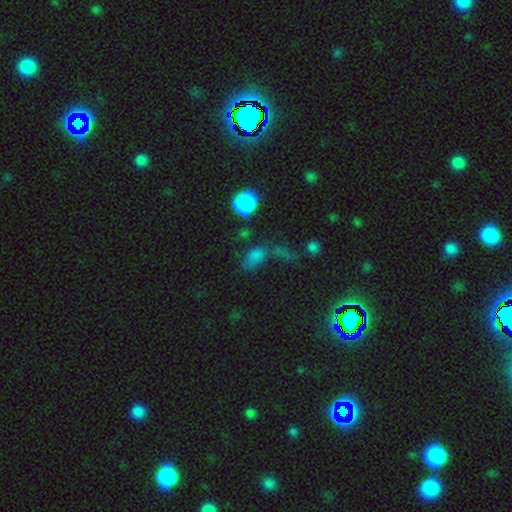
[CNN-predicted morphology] type=smooth (71%); roundness=in between (75%); merging=none (38%).